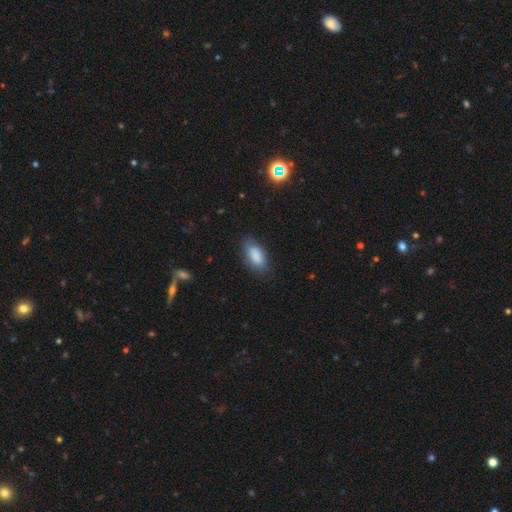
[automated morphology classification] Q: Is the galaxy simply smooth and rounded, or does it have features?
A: smooth — 87%.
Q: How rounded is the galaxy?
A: in between — 89%.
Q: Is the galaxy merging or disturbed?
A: none — 79%.